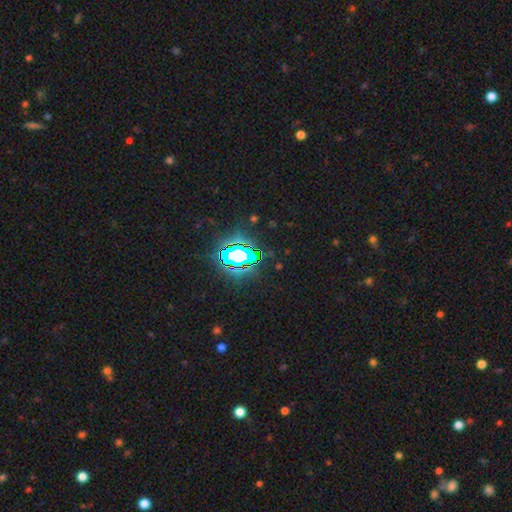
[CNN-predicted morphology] Smooth or featured: star or artifact — 82% (smooth — 11%)